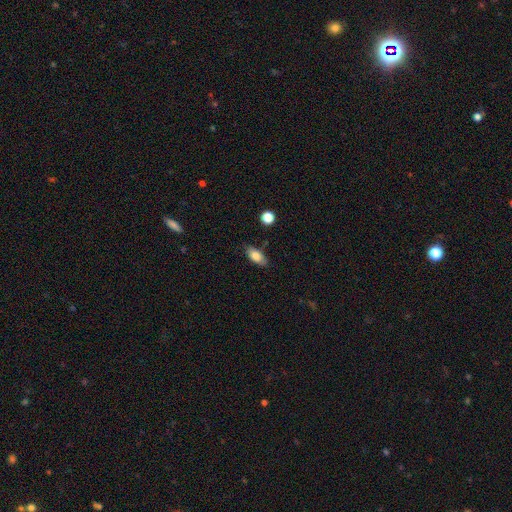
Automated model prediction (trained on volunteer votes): Smooth or featured?
  - smooth: 81% *
  - featured or disk: 11%
  - star or artifact: 8%
How rounded?
  - in between: 86% *
  - cigar-shaped: 11%
  - round: 4%
Merging?
  - none: 79% *
  - minor disturbance: 16%
  - major disturbance: 3%
  - merger: 2%